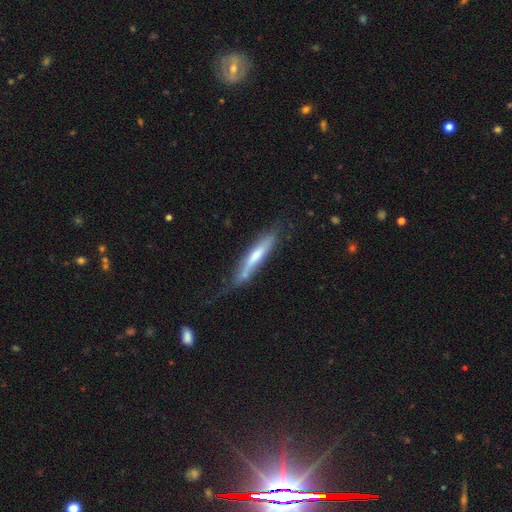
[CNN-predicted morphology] A featured or disk galaxy (52%) viewed edge-on (83%). Merging: none (50%).